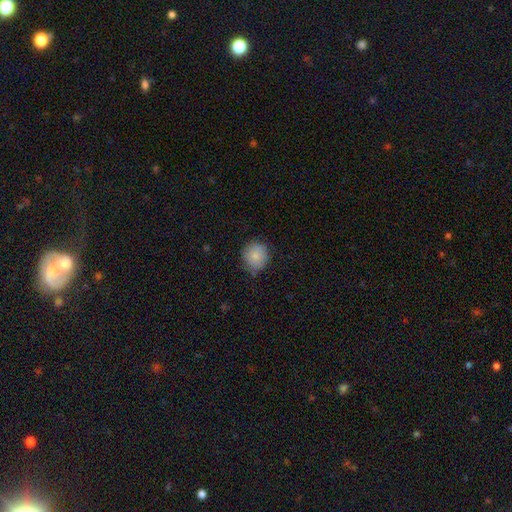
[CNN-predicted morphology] This appears to be a smooth galaxy with no disk features (83%) that is round (88%). Merging: none (77%).